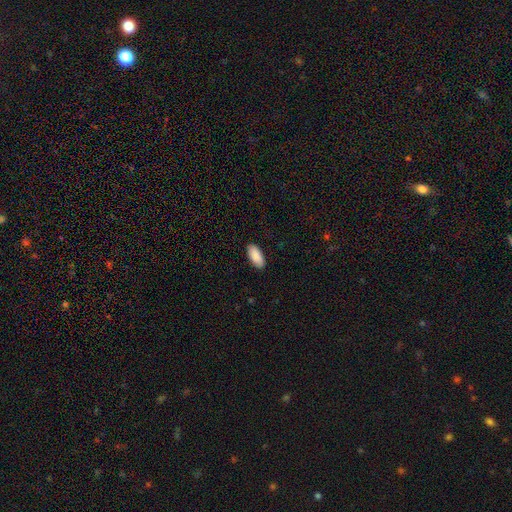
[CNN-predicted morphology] This appears to be a smooth galaxy with no disk features (90%) that is in between round and cigar-shaped (90%). Merging: none (89%).